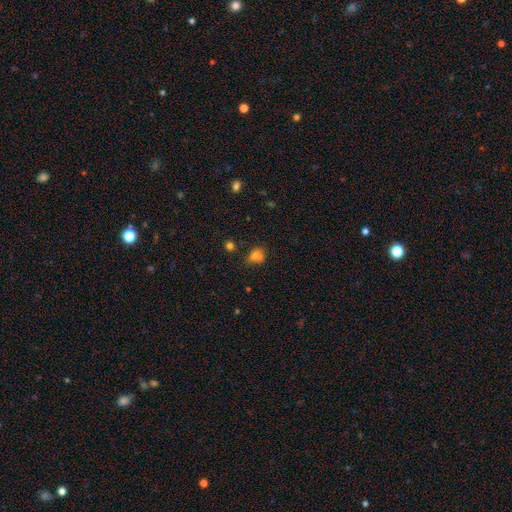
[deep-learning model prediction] A smooth galaxy with no disk features (73%) that is round (55%).

Vote fractions:
- Smooth or featured? smooth: 73% / star or artifact: 15% / featured or disk: 12%
- How rounded? round: 55% / in between: 43% / cigar-shaped: 1%
- Merging? none: 49% / minor disturbance: 25% / merger: 16% / major disturbance: 10%